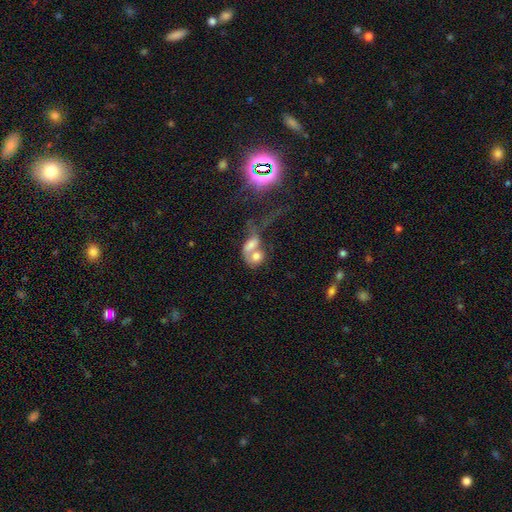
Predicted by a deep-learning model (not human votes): This is marginally a smooth galaxy (37%). Merging: likely merger (62%).